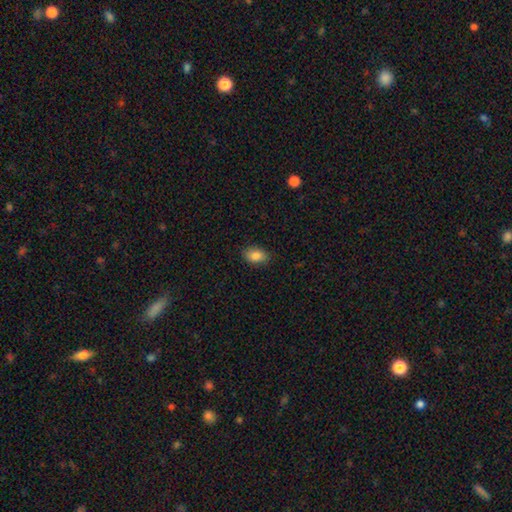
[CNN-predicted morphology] Smooth or featured? smooth (85%)
How rounded? in between (85%)
Merging? none (86%)